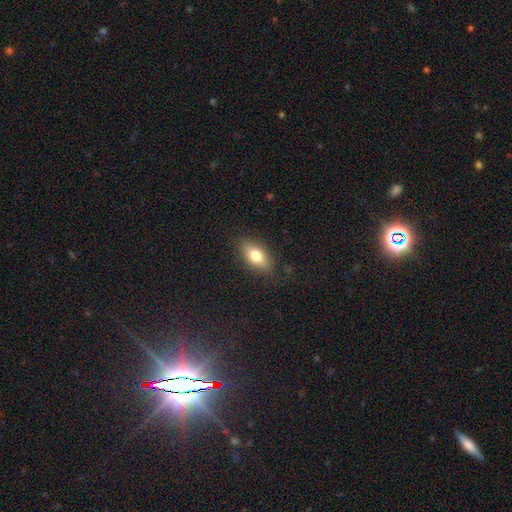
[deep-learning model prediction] A smooth galaxy with no disk features (77%) that is in between round and cigar-shaped (87%).

Vote fractions:
- Smooth or featured? smooth: 77% / featured or disk: 15% / star or artifact: 8%
- How rounded? in between: 87% / cigar-shaped: 7% / round: 6%
- Merging? none: 84% / minor disturbance: 12% / major disturbance: 3% / merger: 1%